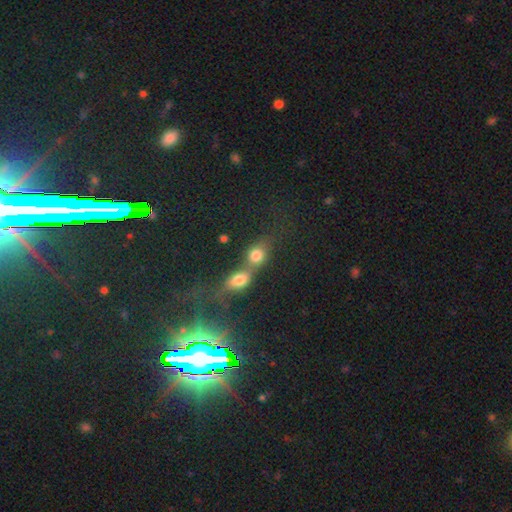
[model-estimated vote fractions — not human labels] smooth-or-featured: smooth: 74% | star or artifact: 14% | featured or disk: 11%
  how-rounded: round: 59% | in between: 37% | cigar-shaped: 4%
  merging: merger: 66% | none: 23% | minor disturbance: 6% | major disturbance: 5%